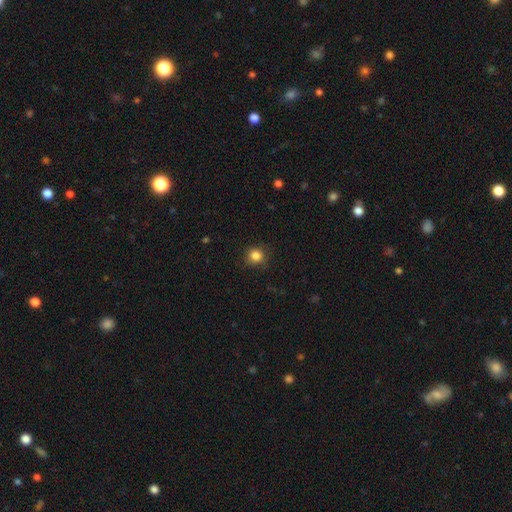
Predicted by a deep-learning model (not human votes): smooth 84%, star or artifact 11%, featured or disk 4%. Down the decision tree: how rounded — round (88%); merging — none (82%).